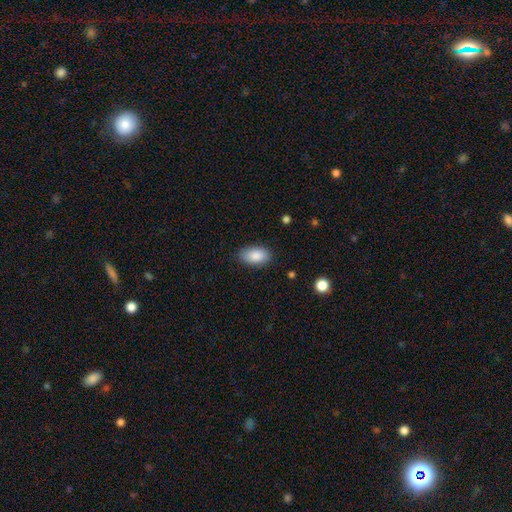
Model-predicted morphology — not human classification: Smooth or featured?
  - smooth: 88% *
  - star or artifact: 7%
  - featured or disk: 5%
How rounded?
  - in between: 93% *
  - round: 5%
  - cigar-shaped: 2%
Merging?
  - none: 84% *
  - minor disturbance: 12%
  - major disturbance: 3%
  - merger: 1%